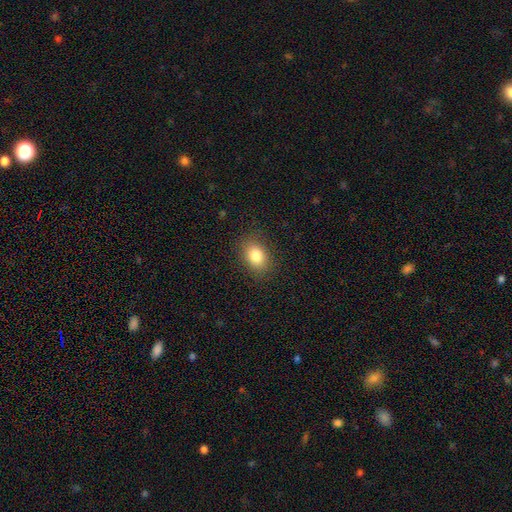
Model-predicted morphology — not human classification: The model was most divided on "how rounded": in between: 74%, round: 25%, cigar-shaped: 1%. More confident: merging — none (86%); smooth or featured — smooth (83%).